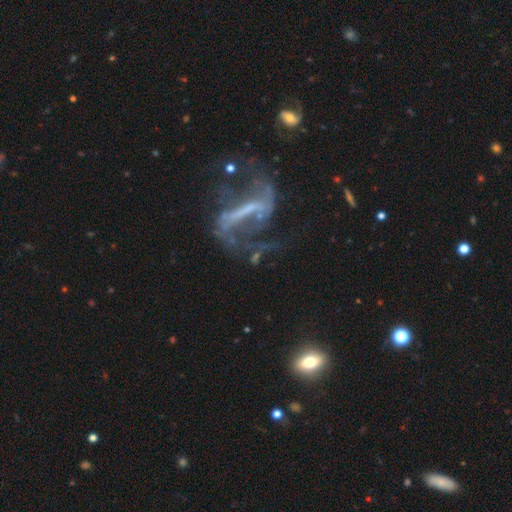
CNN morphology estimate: Smooth or featured? featured or disk (77%)
Edge-on disk? no (92%)
Bar? strong (61%)
Spiral arms? yes (73%)
Spiral winding? loose (70%)
Spiral arm count? 2 (77%)
Bulge size? none (52%)
Merging? none (39%)